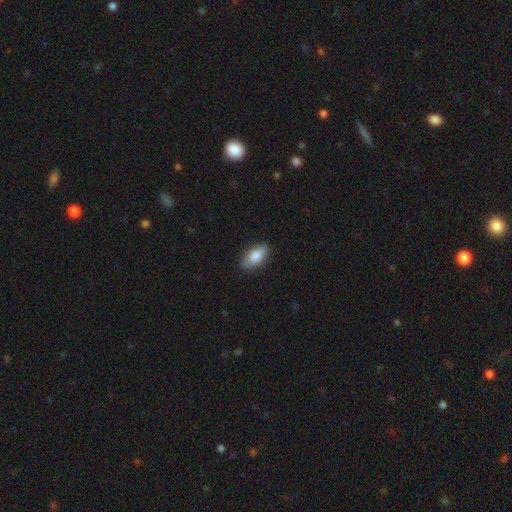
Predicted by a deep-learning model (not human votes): A smooth galaxy with no disk features (77%) that is in between round and cigar-shaped (85%). Merging: none (84%).